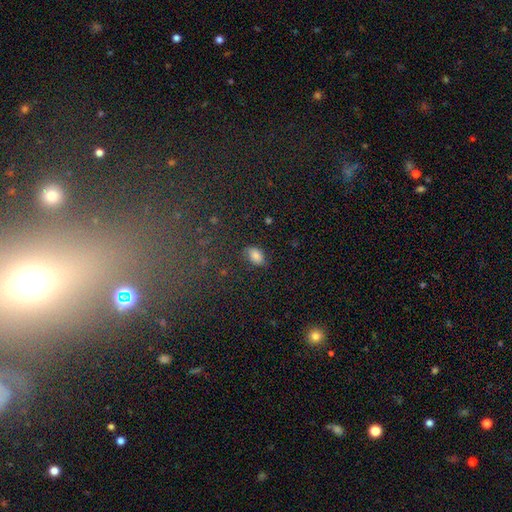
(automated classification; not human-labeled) smooth 77%, featured or disk 11%, star or artifact 11%. Down the decision tree: how rounded — in between (88%); merging — none (75%).